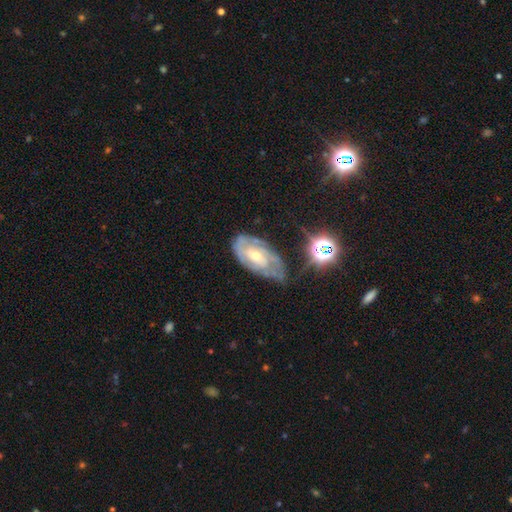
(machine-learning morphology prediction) featured or disk 78%, smooth 14%, star or artifact 8%. Down the decision tree: edge-on disk — no (95%); bar — no (61%); spiral arms — yes (89%); spiral arm count — can't tell (40%); spiral winding — tight (59%); bulge size — moderate (50%); merging — none (50%).